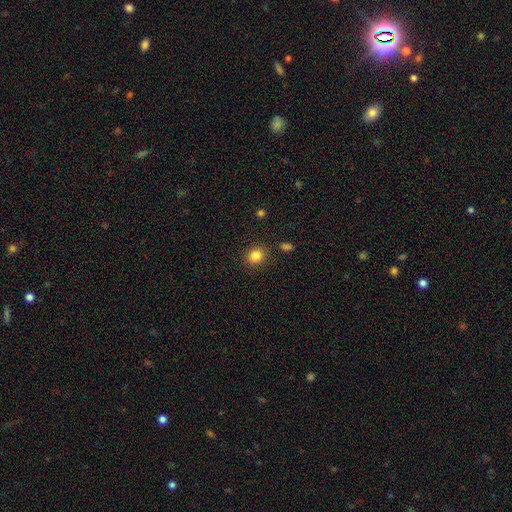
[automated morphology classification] Smooth or featured: smooth — 84% (star or artifact — 11%)
How rounded: round — 75% (in between — 25%)
Merging: none — 86% (minor disturbance — 8%)